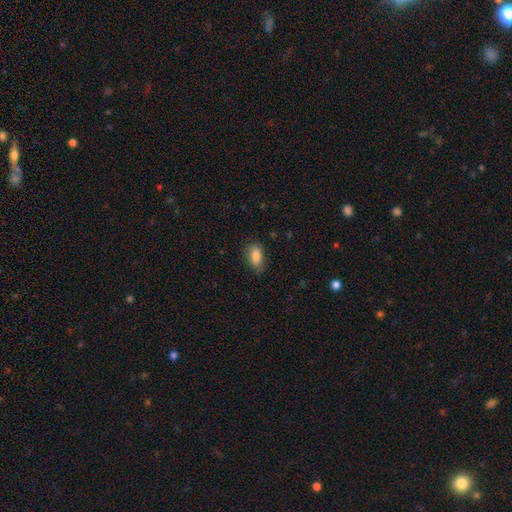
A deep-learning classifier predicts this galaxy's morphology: Smooth or featured? Predicted: smooth (p=0.85). How rounded? Predicted: in between (p=0.88). Merging? Predicted: none (p=0.72).